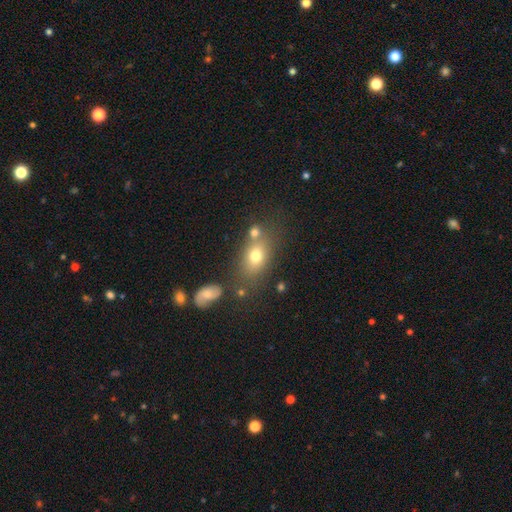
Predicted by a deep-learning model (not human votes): A smooth galaxy with no disk features (70%) that is in between round and cigar-shaped (72%). Merging: none (61%).